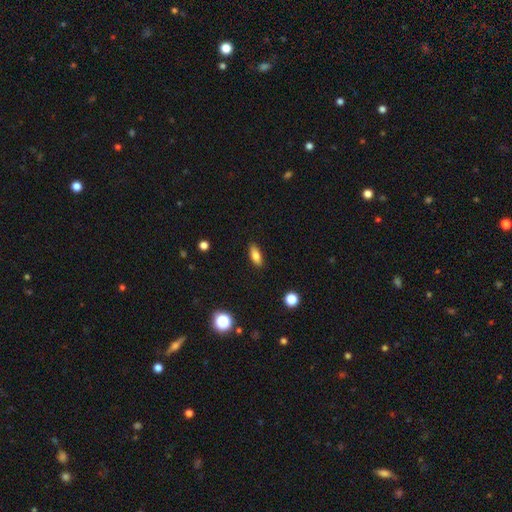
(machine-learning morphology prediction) Overall: smooth (79%). How rounded: in between (77%). Merging: none (88%).